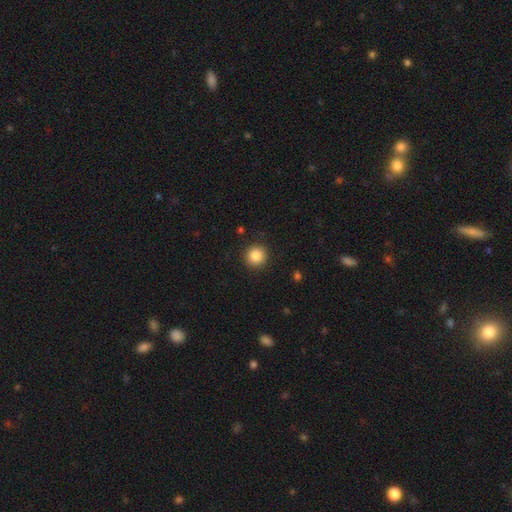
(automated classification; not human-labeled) Overall: smooth (86%). How rounded: round (95%). Merging: none (91%).